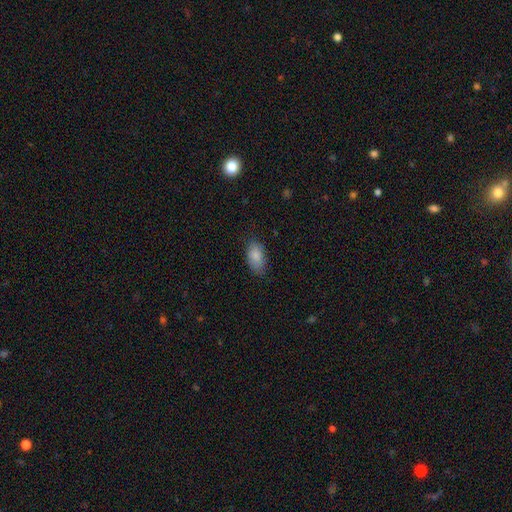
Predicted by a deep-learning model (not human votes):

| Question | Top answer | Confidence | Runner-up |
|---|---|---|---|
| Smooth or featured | smooth | 86% | featured or disk (7%) |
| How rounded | in between | 93% | round (4%) |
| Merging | none | 78% | minor disturbance (17%) |